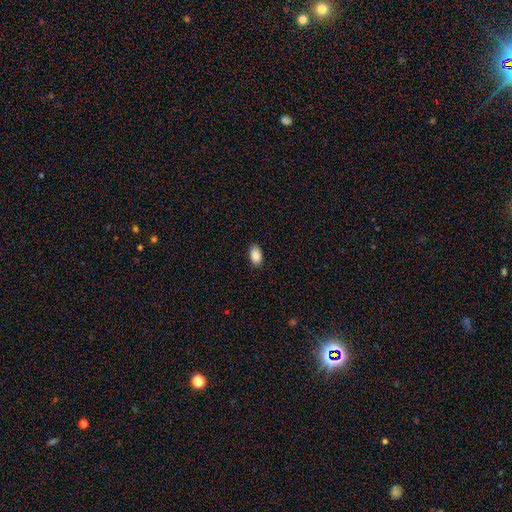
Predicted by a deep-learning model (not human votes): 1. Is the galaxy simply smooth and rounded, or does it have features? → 89% smooth, 7% star or artifact, 3% featured or disk.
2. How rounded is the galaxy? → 91% in between, 8% round, 1% cigar-shaped.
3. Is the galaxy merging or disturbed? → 86% none, 11% minor disturbance, 2% major disturbance, 1% merger.